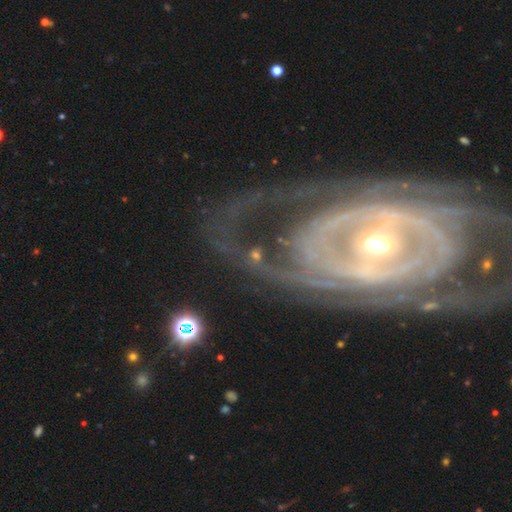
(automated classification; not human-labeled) Smooth or featured? featured or disk (64%)
Edge-on disk? no (92%)
Bar? no (45%)
Spiral arms? yes (85%)
Spiral winding? tight (45%)
Spiral arm count? 2 (40%)
Bulge size? small (46%)
Merging? none (59%)